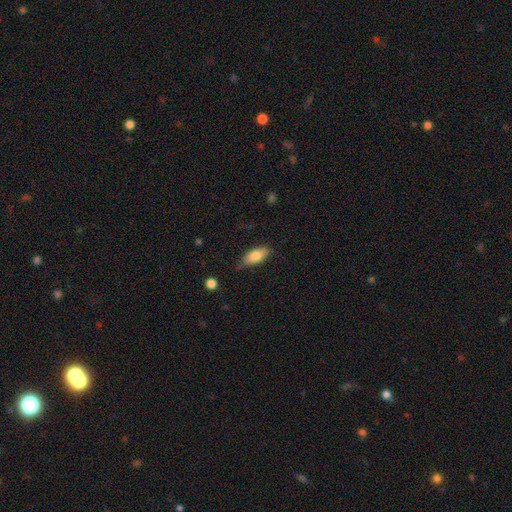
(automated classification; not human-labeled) smooth 80%, featured or disk 13%, star or artifact 7%. Down the decision tree: how rounded — in between (87%); merging — none (76%).